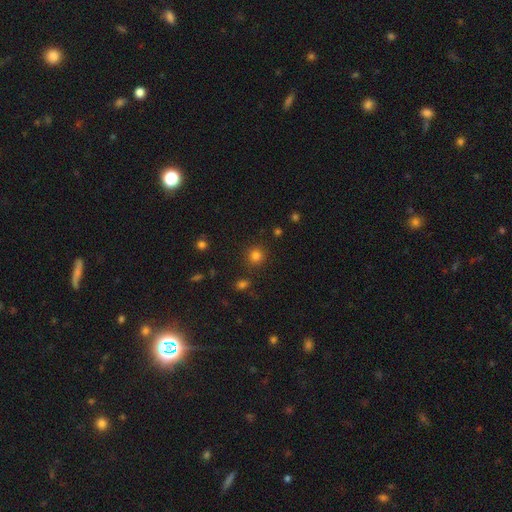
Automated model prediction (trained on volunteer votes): smooth_or_featured: smooth (p=0.80) [alt: star or artifact p=0.15]
how_rounded: round (p=0.92) [alt: in between p=0.07]
merging: none (p=0.87) [alt: minor disturbance p=0.07]